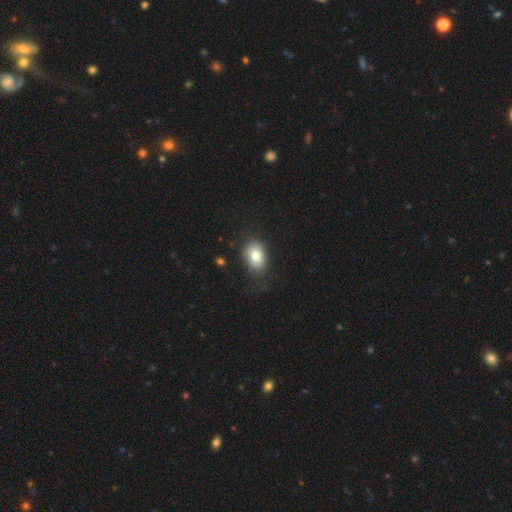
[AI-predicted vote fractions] A smooth galaxy with no disk features (79%) that is in between round and cigar-shaped (73%).

Vote fractions:
- Smooth or featured? smooth: 79% / featured or disk: 12% / star or artifact: 9%
- How rounded? in between: 73% / round: 26% / cigar-shaped: 1%
- Merging? none: 74% / minor disturbance: 19% / major disturbance: 6% / merger: 2%